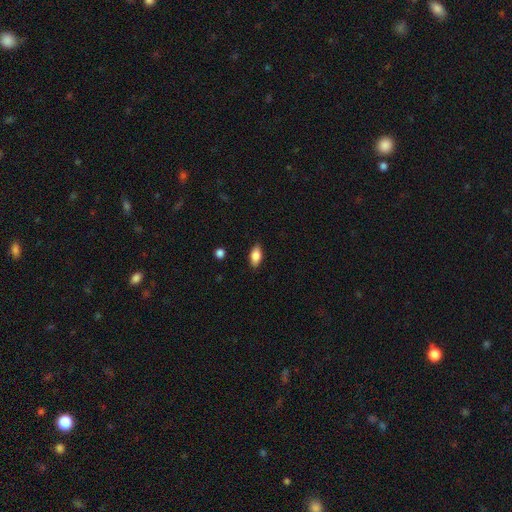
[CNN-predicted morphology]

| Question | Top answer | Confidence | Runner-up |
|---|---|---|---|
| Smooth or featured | smooth | 83% | featured or disk (10%) |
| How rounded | in between | 88% | cigar-shaped (8%) |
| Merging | none | 87% | minor disturbance (10%) |